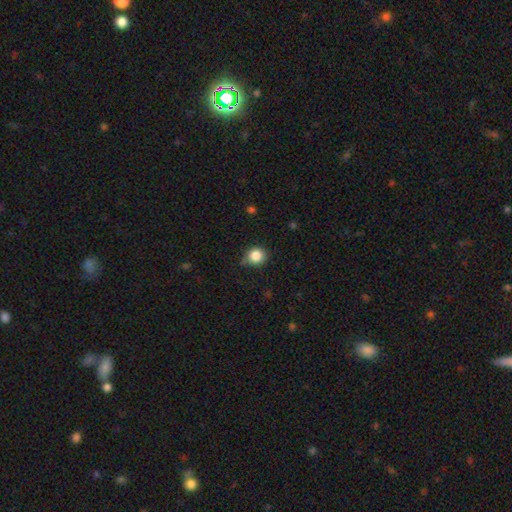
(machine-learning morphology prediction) Smooth or featured? smooth (84%)
How rounded? round (84%)
Merging? none (74%)